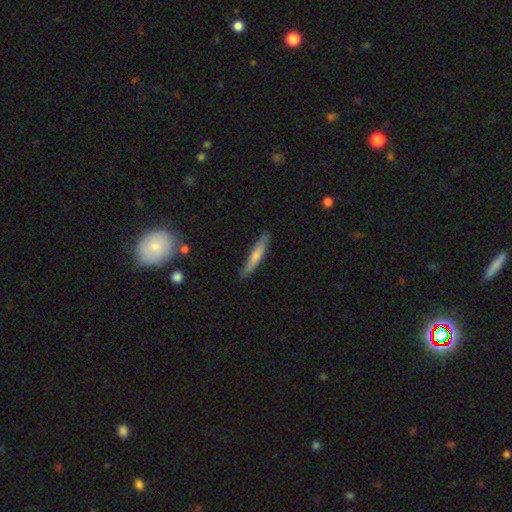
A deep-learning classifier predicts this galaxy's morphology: Overall: smooth (61%; featured or disk 33%). How rounded: cigar-shaped (91%). Merging: none (86%).